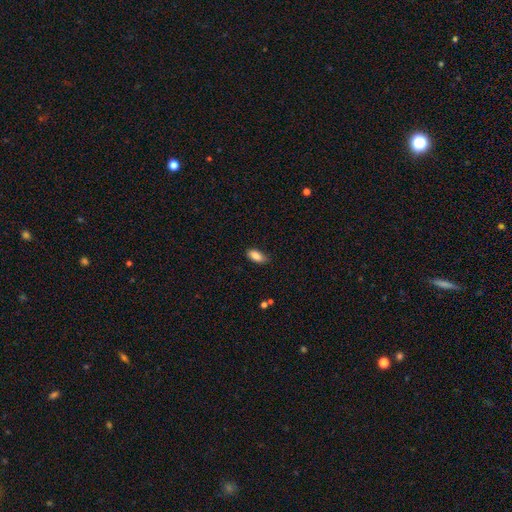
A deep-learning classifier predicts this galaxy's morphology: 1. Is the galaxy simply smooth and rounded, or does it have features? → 86% smooth, 8% star or artifact, 6% featured or disk.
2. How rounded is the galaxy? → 89% in between, 9% cigar-shaped, 3% round.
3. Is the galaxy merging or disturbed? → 75% none, 21% minor disturbance, 3% major disturbance, 1% merger.